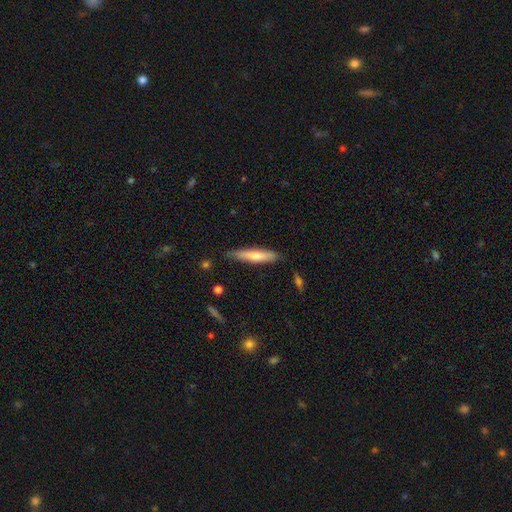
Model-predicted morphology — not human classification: A smooth galaxy with no disk features (66%) that is cigar-shaped (85%).

Vote fractions:
- Smooth or featured? smooth: 66% / featured or disk: 28% / star or artifact: 6%
- How rounded? cigar-shaped: 85% / in between: 14% / round: 1%
- Merging? none: 78% / minor disturbance: 17% / major disturbance: 3% / merger: 2%